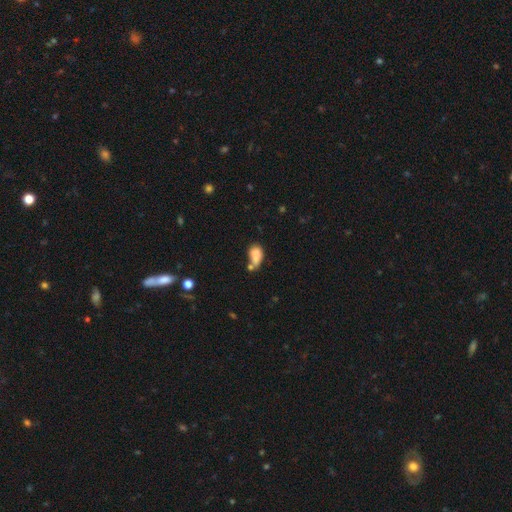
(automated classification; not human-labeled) Q: Smooth or featured?
A: smooth (80%); runner-up: featured or disk (11%)
Q: How rounded?
A: in between (87%); runner-up: round (9%)
Q: Merging?
A: merger (35%); runner-up: none (32%)